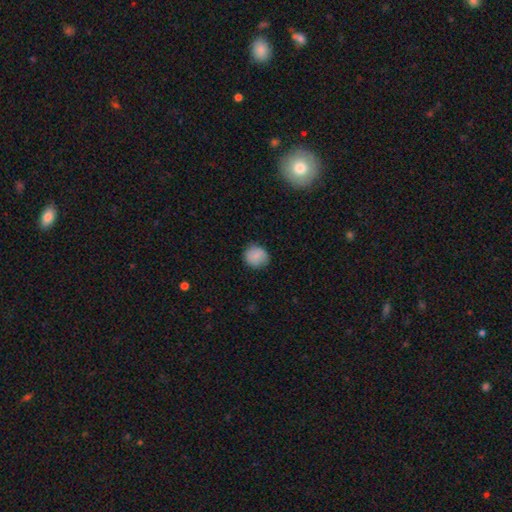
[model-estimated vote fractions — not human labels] smooth_or_featured: smooth (p=0.83) [alt: featured or disk p=0.09]
how_rounded: round (p=0.86) [alt: in between p=0.13]
merging: none (p=0.83) [alt: minor disturbance p=0.13]